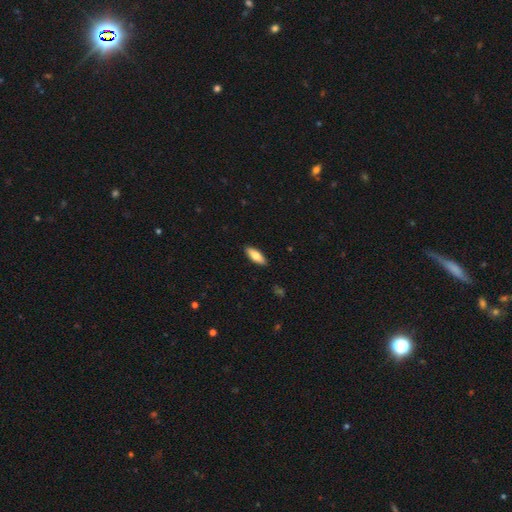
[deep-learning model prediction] A smooth galaxy with no disk features (77%) that is in between round and cigar-shaped (69%).

Vote fractions:
- Smooth or featured? smooth: 77% / featured or disk: 18% / star or artifact: 6%
- How rounded? in between: 69% / cigar-shaped: 29% / round: 2%
- Merging? none: 90% / minor disturbance: 8% / major disturbance: 2% / merger: 1%